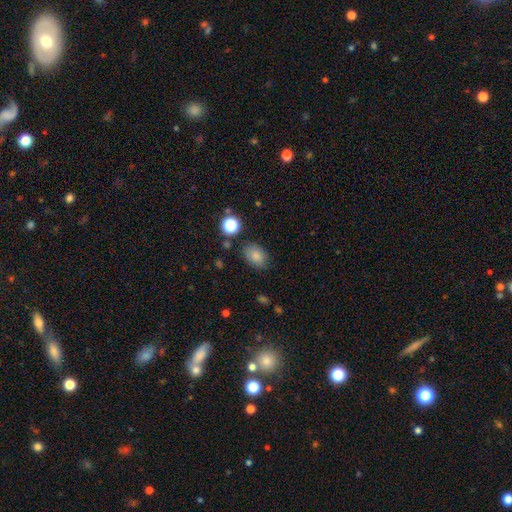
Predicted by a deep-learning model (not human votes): A smooth galaxy with no disk features (82%) that is in between round and cigar-shaped (70%).

Vote fractions:
- Smooth or featured? smooth: 82% / star or artifact: 11% / featured or disk: 7%
- How rounded? in between: 70% / round: 29% / cigar-shaped: 1%
- Merging? none: 77% / minor disturbance: 16% / major disturbance: 4% / merger: 3%